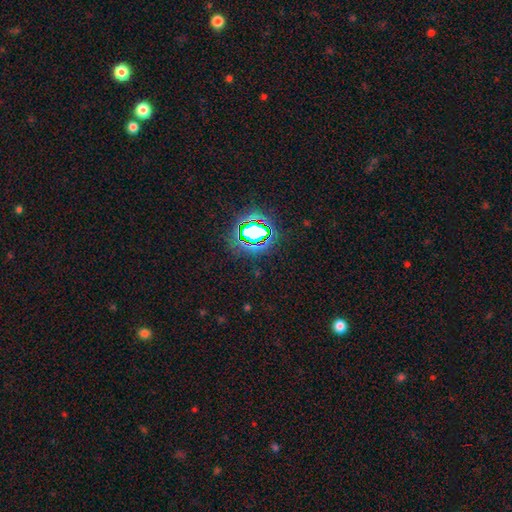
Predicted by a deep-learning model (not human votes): This is likely a star or artifact rather than a galaxy (77%).